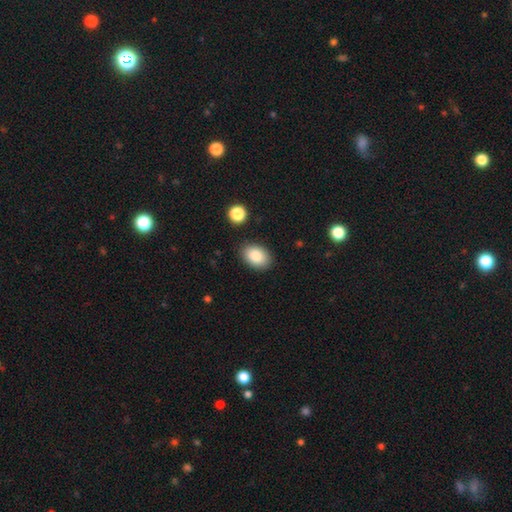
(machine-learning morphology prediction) The model was most divided on "how rounded": in between: 85%, round: 14%, cigar-shaped: 1%. More confident: merging — none (86%); smooth or featured — smooth (86%).